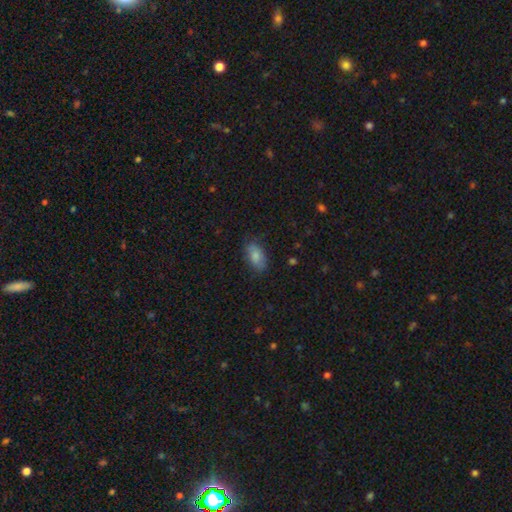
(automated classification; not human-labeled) Smooth or featured?
  - smooth: 82% *
  - featured or disk: 11%
  - star or artifact: 7%
How rounded?
  - in between: 91% *
  - cigar-shaped: 5%
  - round: 4%
Merging?
  - none: 77% *
  - minor disturbance: 17%
  - major disturbance: 4%
  - merger: 1%